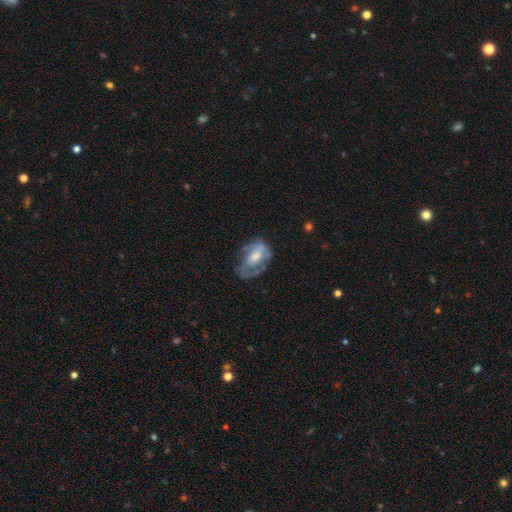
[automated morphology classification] Q: Smooth or featured?
A: featured or disk (61%); runner-up: smooth (32%)
Q: Edge-on disk?
A: no (95%); runner-up: yes (5%)
Q: Bar?
A: no (53%); runner-up: weak (34%)
Q: Spiral arms?
A: yes (60%); runner-up: no (40%)
Q: Bulge size?
A: moderate (51%); runner-up: small (26%)
Q: Merging?
A: none (42%); runner-up: major disturbance (29%)